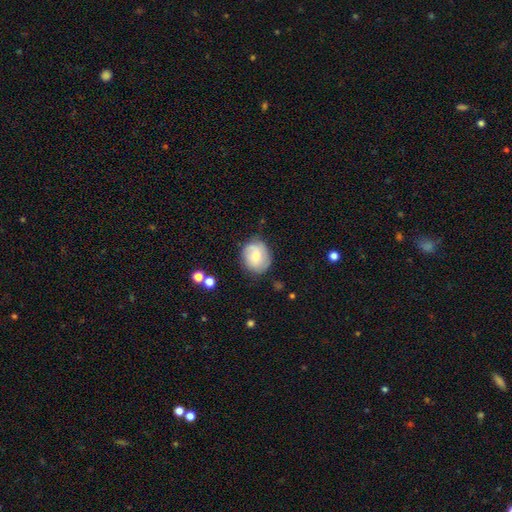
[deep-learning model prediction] This appears to be a smooth galaxy with no disk features (62%) that is round (68%). Merging: none (71%).